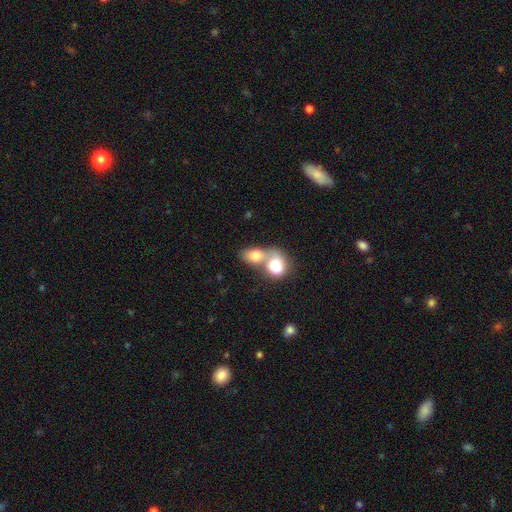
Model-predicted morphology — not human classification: The model was most divided on "how rounded": in between: 69%, round: 29%, cigar-shaped: 2%. More confident: merging — merger (76%); smooth or featured — smooth (76%).